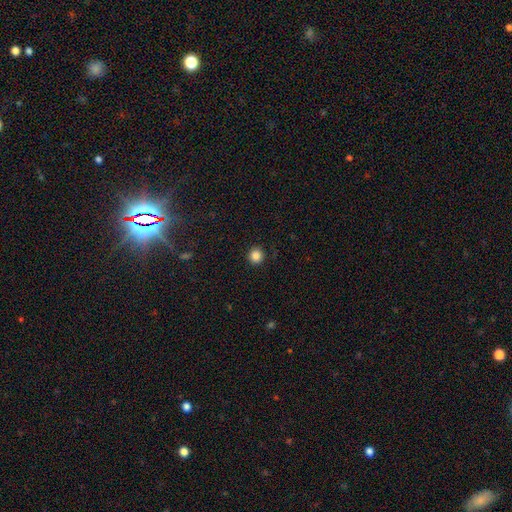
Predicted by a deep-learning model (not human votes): smooth-or-featured: smooth: 86% | star or artifact: 11% | featured or disk: 3%
  how-rounded: round: 93% | in between: 6% | cigar-shaped: 1%
  merging: none: 91% | minor disturbance: 6% | major disturbance: 2% | merger: 1%